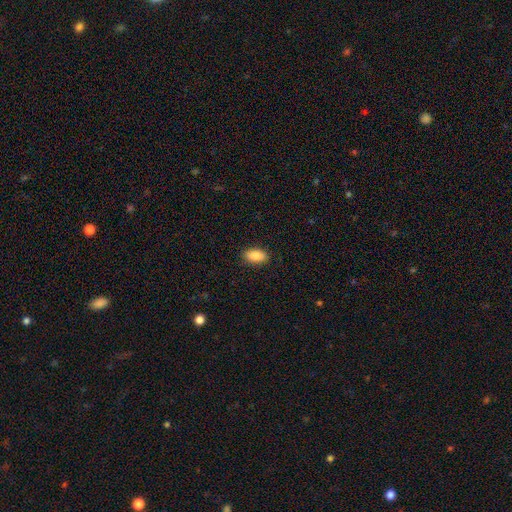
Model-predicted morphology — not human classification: Overall: smooth (88%). How rounded: in between (92%). Merging: none (89%).